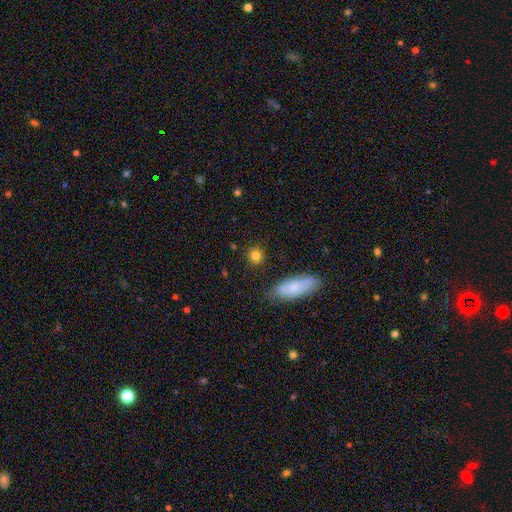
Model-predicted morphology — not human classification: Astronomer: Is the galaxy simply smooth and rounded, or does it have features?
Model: smooth — 82%.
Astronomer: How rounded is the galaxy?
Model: round — 87%.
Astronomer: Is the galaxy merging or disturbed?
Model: none — 87%.